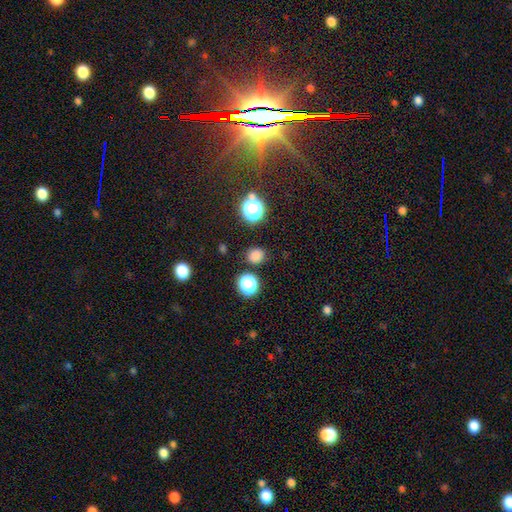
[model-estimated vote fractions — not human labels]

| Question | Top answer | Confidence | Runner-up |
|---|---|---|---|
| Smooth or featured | smooth | 77% | star or artifact (19%) |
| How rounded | round | 83% | in between (16%) |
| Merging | none | 86% | minor disturbance (8%) |